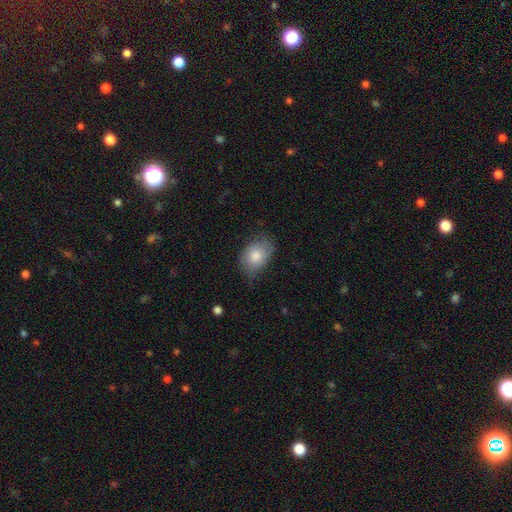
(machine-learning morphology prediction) Overall: smooth (78%). How rounded: in between (77%). Merging: none (65%; minor disturbance 27%).